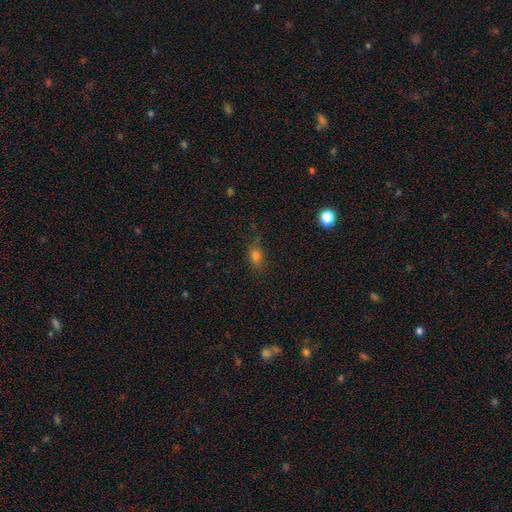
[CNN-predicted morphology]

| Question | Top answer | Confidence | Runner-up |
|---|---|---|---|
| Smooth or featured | smooth | 76% | star or artifact (15%) |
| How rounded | in between | 76% | round (18%) |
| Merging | none | 72% | minor disturbance (20%) |